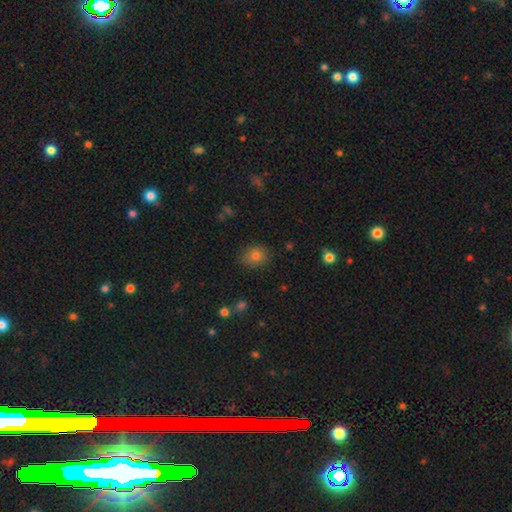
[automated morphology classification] smooth-or-featured: smooth: 80% | star or artifact: 12% | featured or disk: 8%
  how-rounded: round: 55% | in between: 44% | cigar-shaped: 1%
  merging: none: 81% | minor disturbance: 14% | major disturbance: 4% | merger: 2%